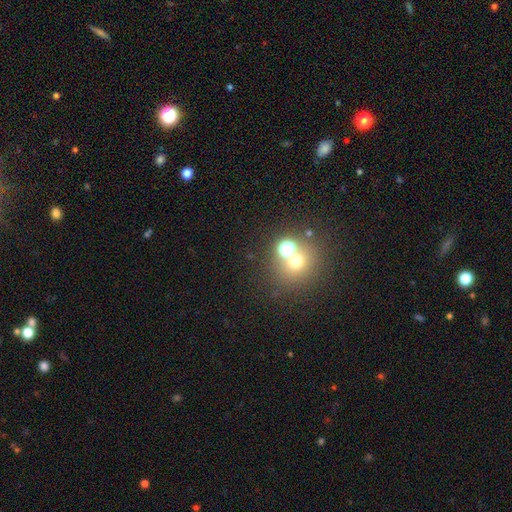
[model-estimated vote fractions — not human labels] This appears to be a star or artifact, not a galaxy (46%).